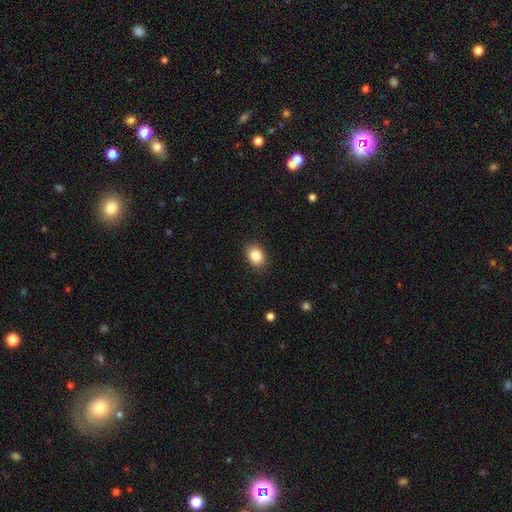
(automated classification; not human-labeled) Smooth or featured: smooth — 84% (star or artifact — 9%)
How rounded: in between — 69% (round — 30%)
Merging: none — 88% (minor disturbance — 9%)